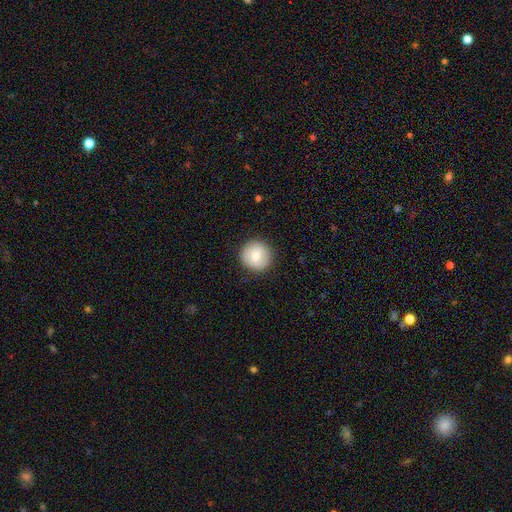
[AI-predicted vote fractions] This appears to be a smooth galaxy with no disk features (73%) that is round (94%). Merging: none (88%).